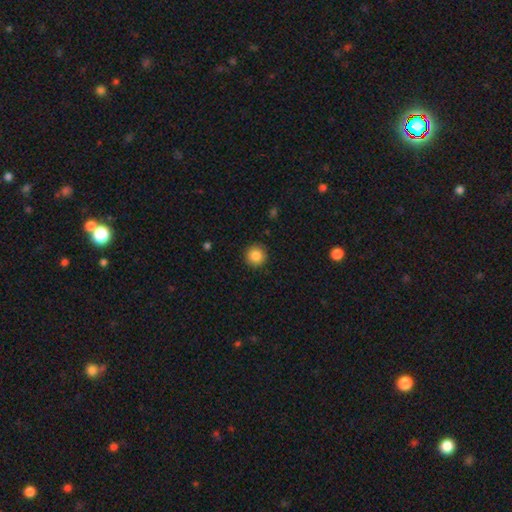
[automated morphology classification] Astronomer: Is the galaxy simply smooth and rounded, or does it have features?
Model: smooth — 86%.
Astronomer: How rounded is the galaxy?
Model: round — 95%.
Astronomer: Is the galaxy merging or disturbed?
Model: none — 91%.